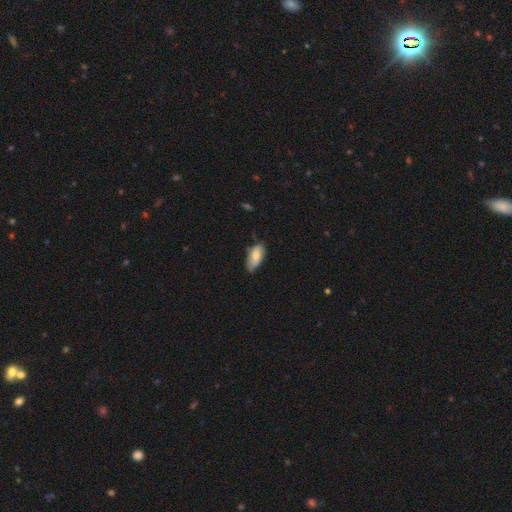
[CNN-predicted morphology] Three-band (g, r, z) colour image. It shows a smooth galaxy with no disk features (76%) that is in between round and cigar-shaped (89%). Merging: none (64%).